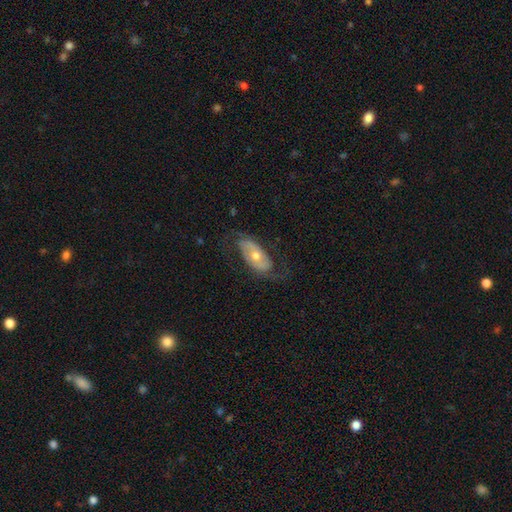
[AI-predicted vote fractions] Morphology: type=featured or disk (71%); edge-on=no (90%); bar=no (65%); spiral arms=yes (78%); bulge=moderate (65%); merging=none (69%).